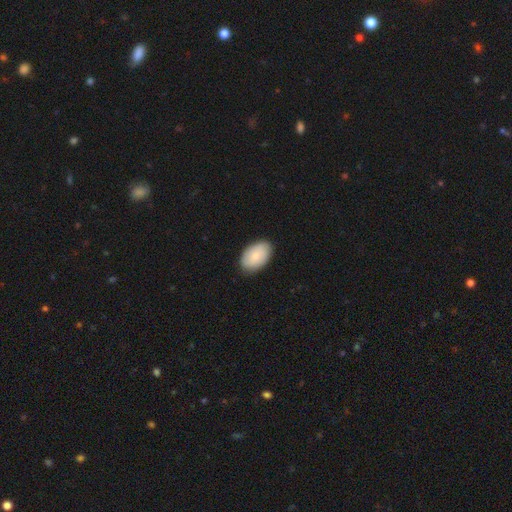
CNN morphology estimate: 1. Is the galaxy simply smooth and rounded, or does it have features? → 80% smooth, 15% featured or disk, 6% star or artifact.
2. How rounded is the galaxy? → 92% in between, 7% round, 1% cigar-shaped.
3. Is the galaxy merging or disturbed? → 86% none, 11% minor disturbance, 2% major disturbance, 1% merger.